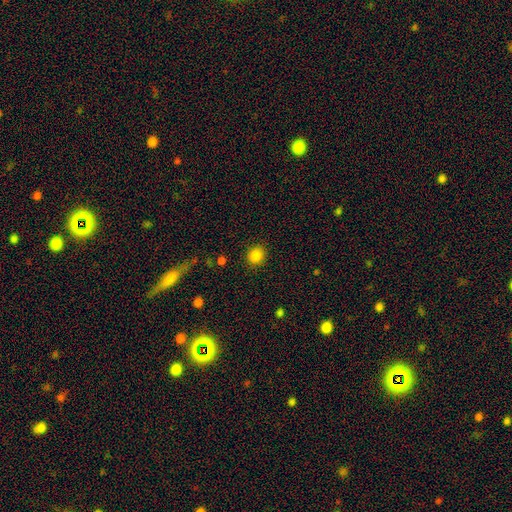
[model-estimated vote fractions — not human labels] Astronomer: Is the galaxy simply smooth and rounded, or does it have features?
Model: smooth — 85%.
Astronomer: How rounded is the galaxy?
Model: round — 76%.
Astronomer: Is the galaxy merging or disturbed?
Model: none — 89%.